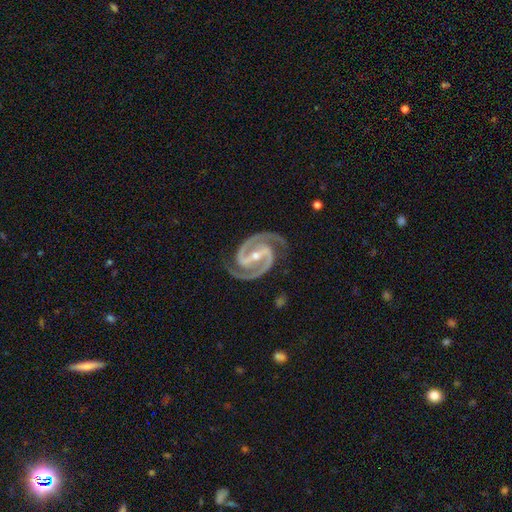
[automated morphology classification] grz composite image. It shows a featured or disk galaxy (95%) with a strong bar (67%), 2 (95%) medium (50%) spiral arms (99%) and a small central bulge (59%). Merging: none (85%).